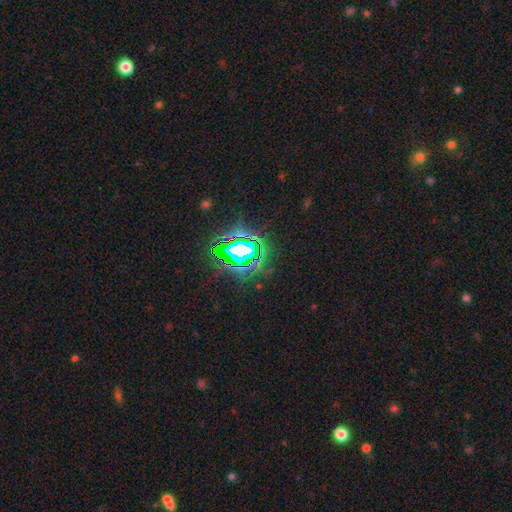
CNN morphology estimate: A star or artifact, not a galaxy (83%).